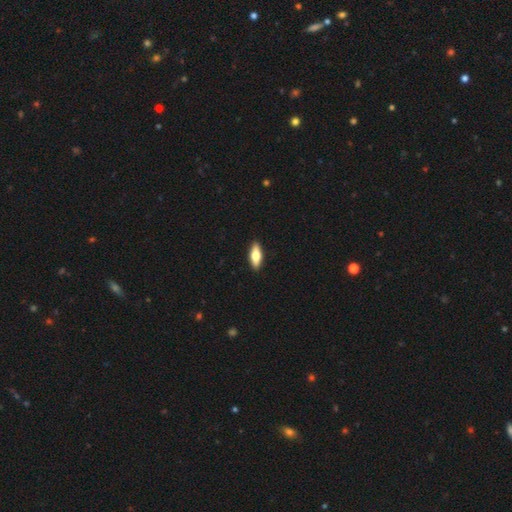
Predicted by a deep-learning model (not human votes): Q: Smooth or featured?
A: smooth (64%); runner-up: featured or disk (30%)
Q: How rounded?
A: in between (66%); runner-up: cigar-shaped (31%)
Q: Merging?
A: none (91%); runner-up: minor disturbance (7%)